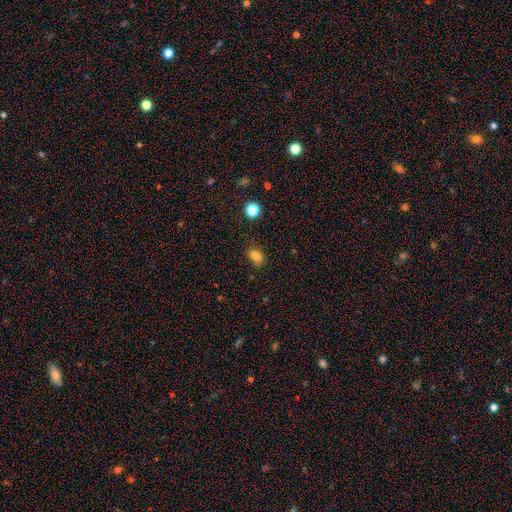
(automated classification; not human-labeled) This is likely a smooth galaxy (80%). How rounded: likely in between (69%). Merging: likely none (65%).